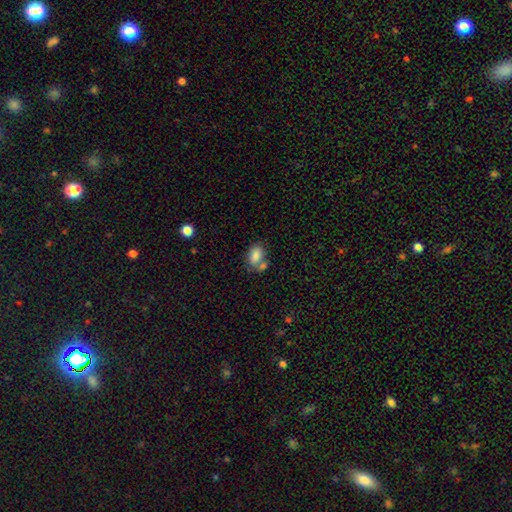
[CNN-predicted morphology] Overall: smooth (82%). How rounded: in between (89%). Merging: none (46%; merger 32%).